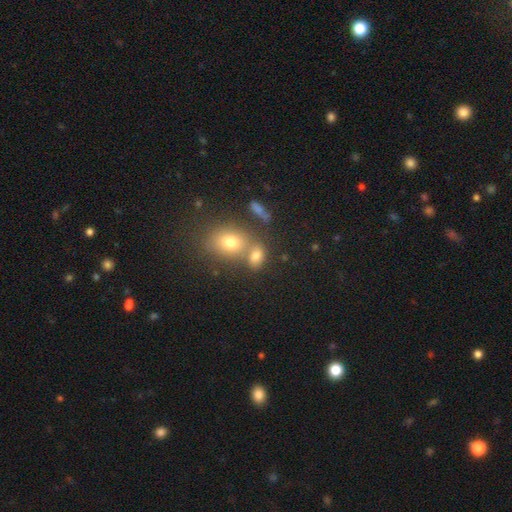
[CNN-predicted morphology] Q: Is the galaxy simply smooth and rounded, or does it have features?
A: smooth — 73%.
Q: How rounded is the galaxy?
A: in between — 73%.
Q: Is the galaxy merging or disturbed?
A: none — 49%.